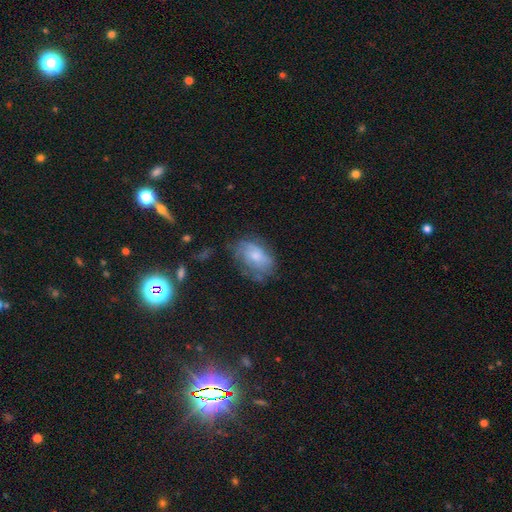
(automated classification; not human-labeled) A smooth galaxy with no disk features (46%).

Vote fractions:
- Smooth or featured? smooth: 46% / featured or disk: 45% / star or artifact: 9%
- Merging? none: 54% / minor disturbance: 28% / major disturbance: 16% / merger: 2%